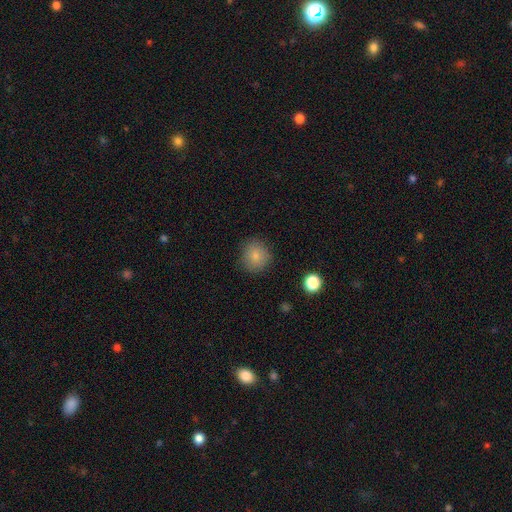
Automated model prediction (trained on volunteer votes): This appears to be a smooth galaxy with no disk features (81%) that is round (88%). Merging: none (85%).